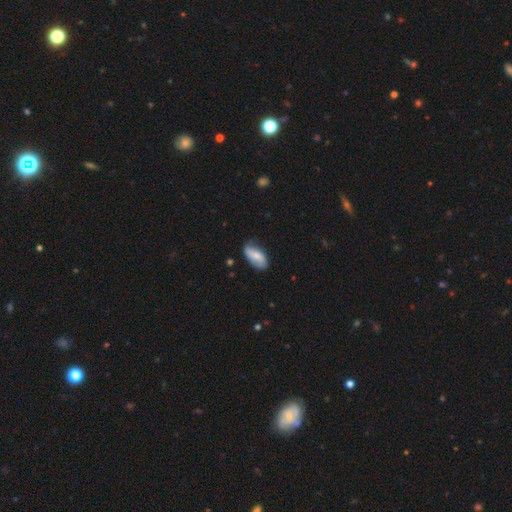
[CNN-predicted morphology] Smooth or featured?
  - smooth: 60% *
  - featured or disk: 34%
  - star or artifact: 6%
How rounded?
  - in between: 90% *
  - cigar-shaped: 7%
  - round: 3%
Merging?
  - none: 68% *
  - minor disturbance: 25%
  - major disturbance: 5%
  - merger: 2%